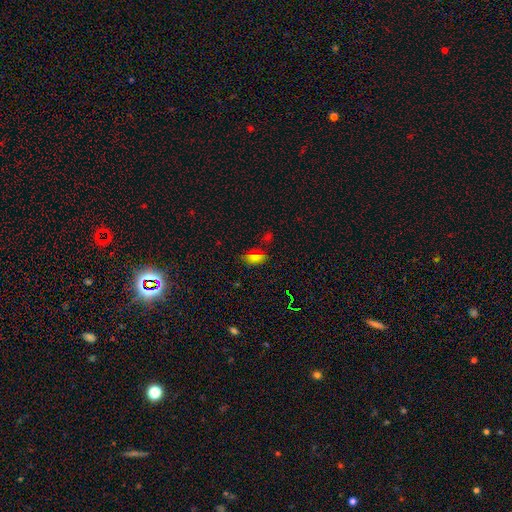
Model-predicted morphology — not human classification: smooth 63%, star or artifact 25%, featured or disk 11%. Down the decision tree: how rounded — in between (86%); merging — none (75%).